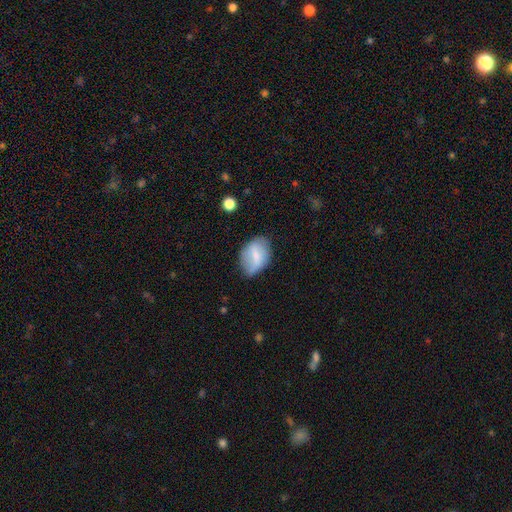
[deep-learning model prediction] This is possibly a smooth galaxy (55%). How rounded: clearly in between (80%). Merging: likely none (62%).